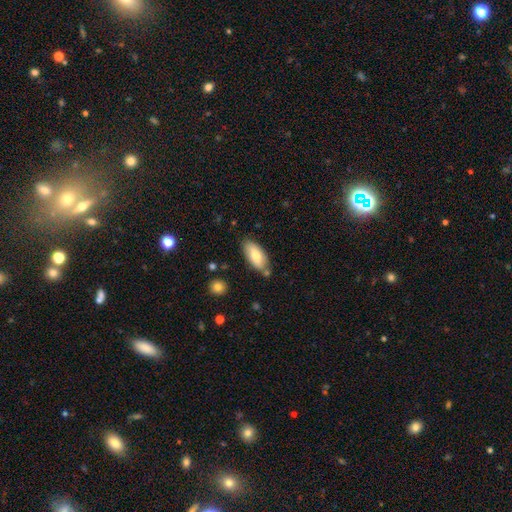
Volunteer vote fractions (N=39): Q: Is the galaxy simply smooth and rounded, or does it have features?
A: smooth — 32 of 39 (82%).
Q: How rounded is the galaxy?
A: in between — 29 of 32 (91%).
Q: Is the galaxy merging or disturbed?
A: none — 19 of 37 (51%).